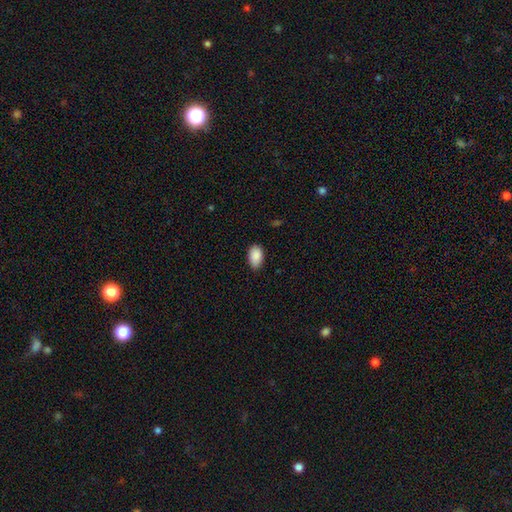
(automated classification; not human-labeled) Smooth or featured?
  - smooth: 90% *
  - star or artifact: 7%
  - featured or disk: 3%
How rounded?
  - in between: 92% *
  - round: 7%
  - cigar-shaped: 1%
Merging?
  - none: 80% *
  - minor disturbance: 17%
  - major disturbance: 2%
  - merger: 1%